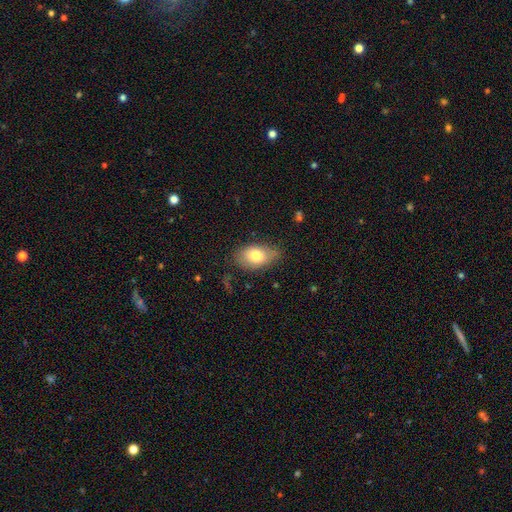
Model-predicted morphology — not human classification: This appears to be a smooth galaxy with no disk features (76%) that is in between round and cigar-shaped (88%). Merging: none (69%).